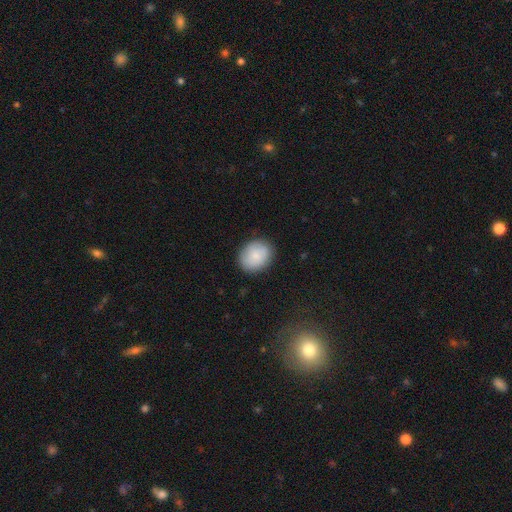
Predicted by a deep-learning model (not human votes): smooth 82%, featured or disk 11%, star or artifact 7%. Down the decision tree: how rounded — round (55%); merging — none (85%).